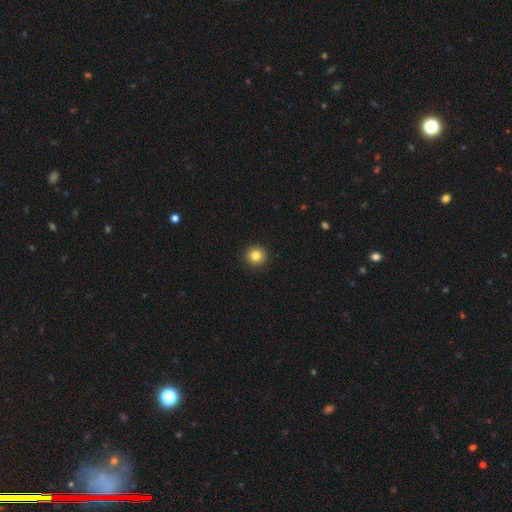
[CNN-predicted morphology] Smooth or featured: smooth — 82% (star or artifact — 11%)
How rounded: round — 95% (in between — 4%)
Merging: none — 93% (minor disturbance — 5%)